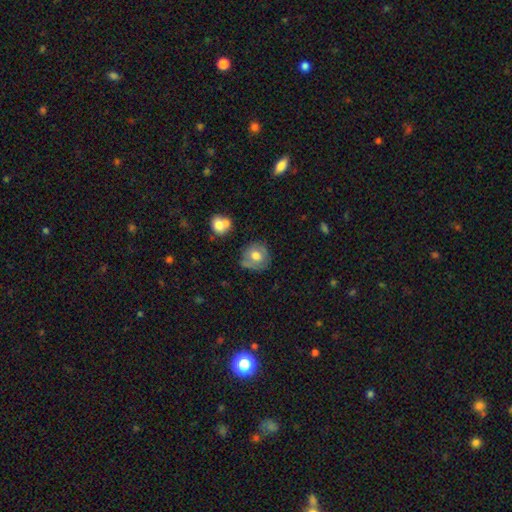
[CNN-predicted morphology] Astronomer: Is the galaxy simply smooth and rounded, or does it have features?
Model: smooth — 61%.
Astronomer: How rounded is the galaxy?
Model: round — 83%.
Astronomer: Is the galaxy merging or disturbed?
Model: none — 65%.